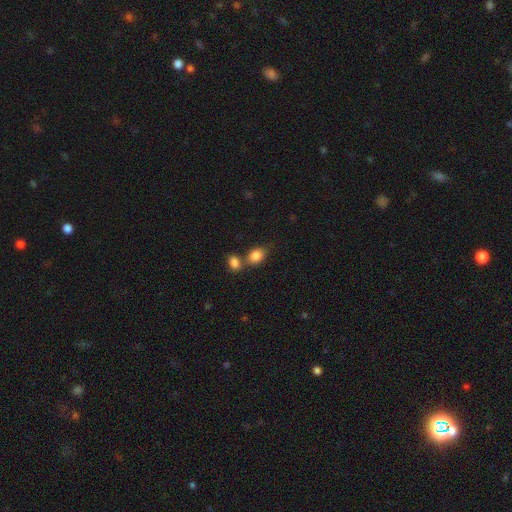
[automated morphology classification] Smooth or featured? Predicted: smooth (p=0.85). How rounded? Predicted: in between (p=0.67). Merging? Predicted: none (p=0.46).